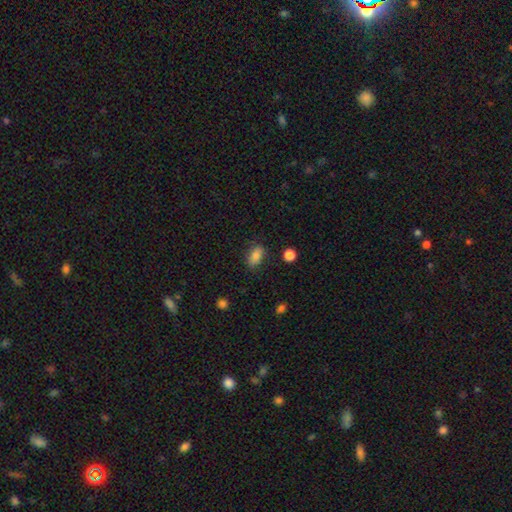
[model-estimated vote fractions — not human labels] Overall: smooth (83%). How rounded: in between (87%). Merging: none (80%).